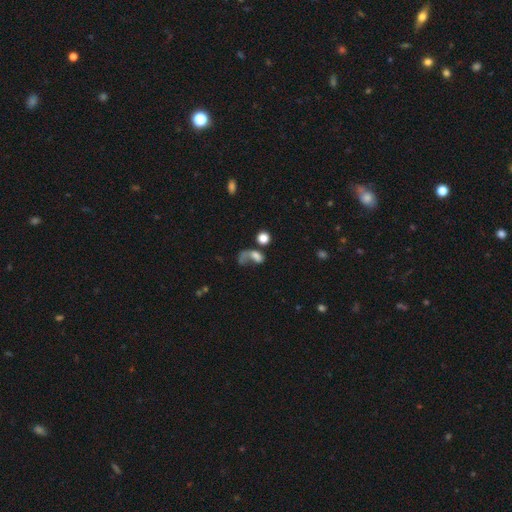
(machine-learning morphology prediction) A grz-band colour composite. It shows a smooth galaxy with no disk features (55%) that is in between round and cigar-shaped (60%). Merging: major disturbance (41%).